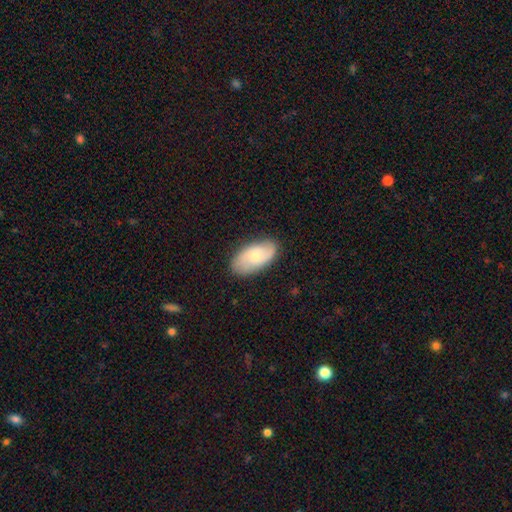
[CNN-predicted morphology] Smooth or featured?
  - smooth: 56% *
  - featured or disk: 38%
  - star or artifact: 6%
How rounded?
  - in between: 94% *
  - round: 4%
  - cigar-shaped: 3%
Merging?
  - none: 83% *
  - minor disturbance: 13%
  - major disturbance: 3%
  - merger: 1%